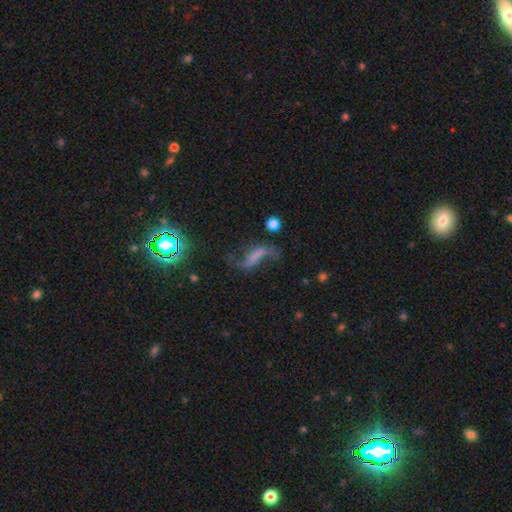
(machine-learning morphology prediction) smooth_or_featured: featured or disk (p=0.57) [alt: smooth p=0.26]
disk_edge_on: no (p=0.89) [alt: yes p=0.11]
bar: strong (p=0.39) [alt: no p=0.36]
has_spiral_arms: yes (p=0.76) [alt: no p=0.24]
bulge_size: none (p=0.72) [alt: small p=0.14]
merging: none (p=0.50) [alt: major disturbance p=0.25]